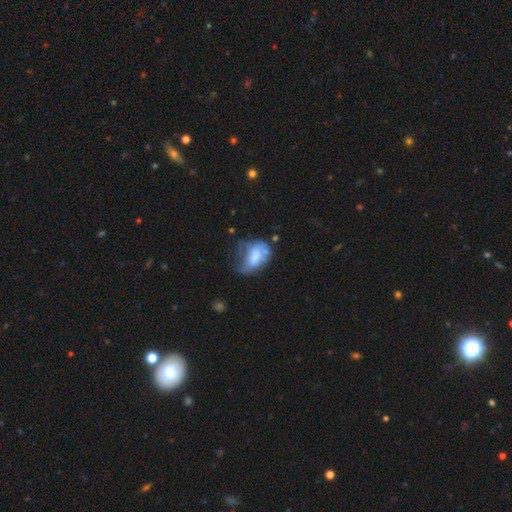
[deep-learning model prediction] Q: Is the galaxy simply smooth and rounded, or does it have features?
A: smooth — 56%.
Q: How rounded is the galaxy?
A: in between — 80%.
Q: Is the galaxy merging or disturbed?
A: major disturbance — 32%.